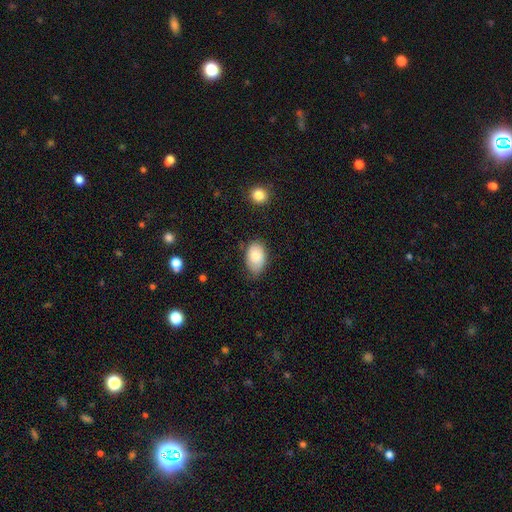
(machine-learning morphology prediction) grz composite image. It shows a smooth galaxy with no disk features (83%) that is in between round and cigar-shaped (90%). Merging: none (71%).